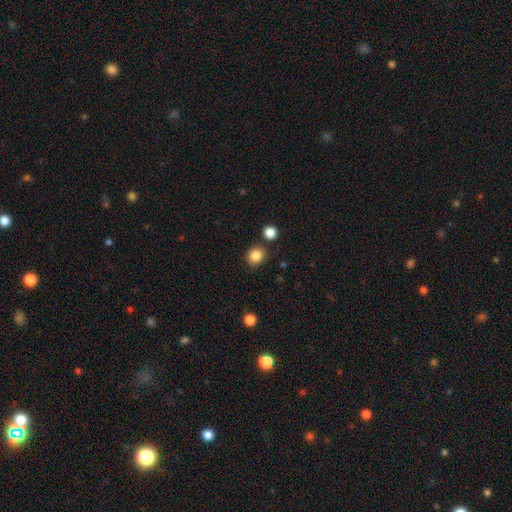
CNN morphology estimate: smooth 85%, star or artifact 11%, featured or disk 4%. Down the decision tree: how rounded — round (82%); merging — none (84%).